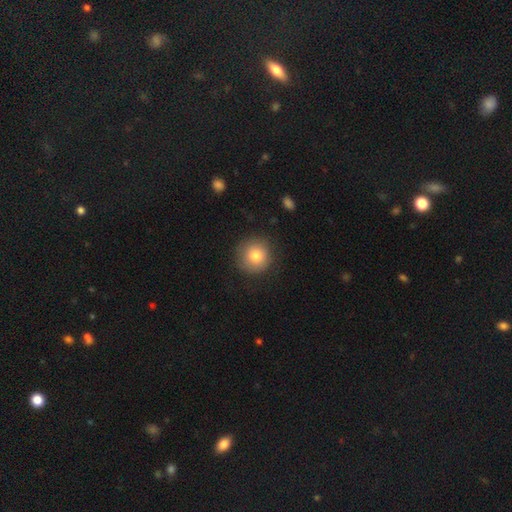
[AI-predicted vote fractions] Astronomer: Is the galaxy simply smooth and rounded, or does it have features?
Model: smooth — 80%.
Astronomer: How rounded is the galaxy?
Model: round — 94%.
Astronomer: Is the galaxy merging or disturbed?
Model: none — 85%.